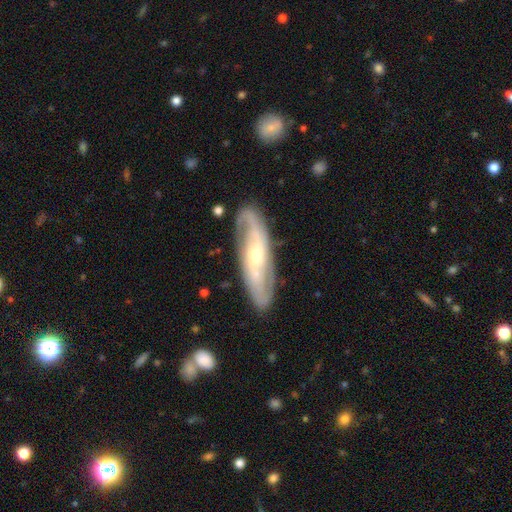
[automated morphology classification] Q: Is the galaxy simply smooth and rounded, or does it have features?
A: featured or disk — 78%.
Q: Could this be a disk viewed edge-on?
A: no — 82%.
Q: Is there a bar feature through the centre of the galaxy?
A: no — 51%.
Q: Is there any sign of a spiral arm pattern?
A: yes — 90%.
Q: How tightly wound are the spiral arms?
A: medium — 41%.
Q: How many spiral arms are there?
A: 2 — 70%.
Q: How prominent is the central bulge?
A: small — 57%.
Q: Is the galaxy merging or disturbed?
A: none — 79%.